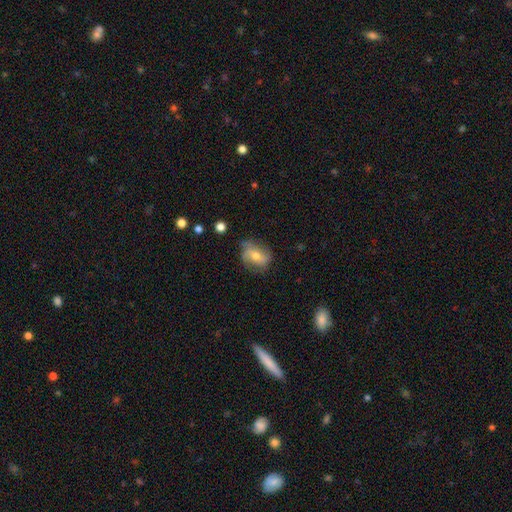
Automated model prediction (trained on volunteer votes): featured or disk 56%, smooth 35%, star or artifact 9%. Down the decision tree: edge-on disk — no (94%); bar — no (57%); spiral arms — yes (81%); bulge size — moderate (60%); merging — none (64%).